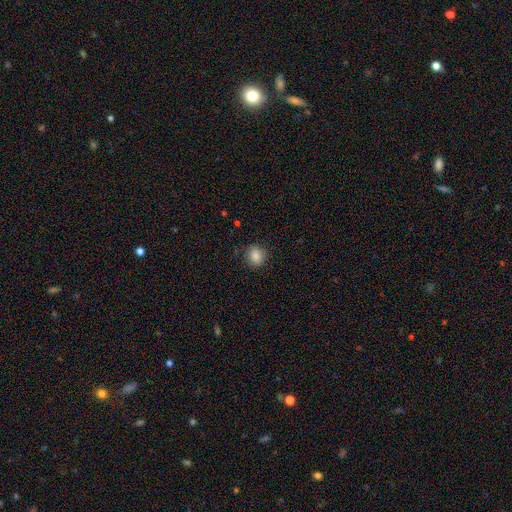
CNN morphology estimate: Smooth or featured? smooth (85%)
How rounded? round (71%)
Merging? none (86%)